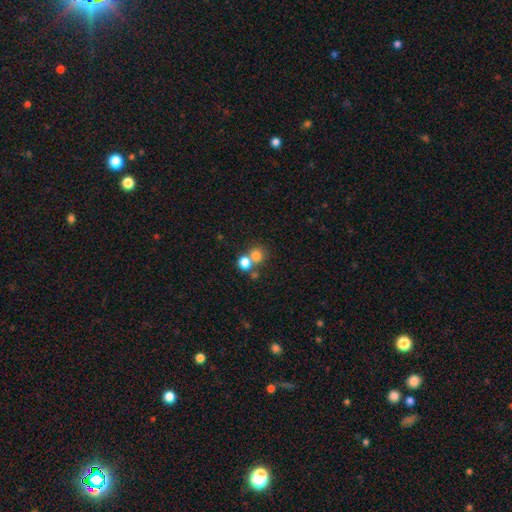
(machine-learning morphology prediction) smooth 75%, star or artifact 15%, featured or disk 10%. Down the decision tree: how rounded — round (86%); merging — none (50%).